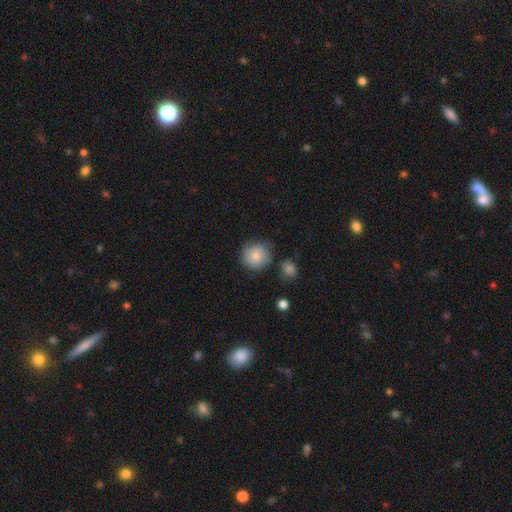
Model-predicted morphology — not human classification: A smooth galaxy with no disk features (77%) that is round (91%).

Vote fractions:
- Smooth or featured? smooth: 77% / featured or disk: 15% / star or artifact: 8%
- How rounded? round: 91% / in between: 8% / cigar-shaped: 1%
- Merging? none: 71% / minor disturbance: 19% / major disturbance: 6% / merger: 4%